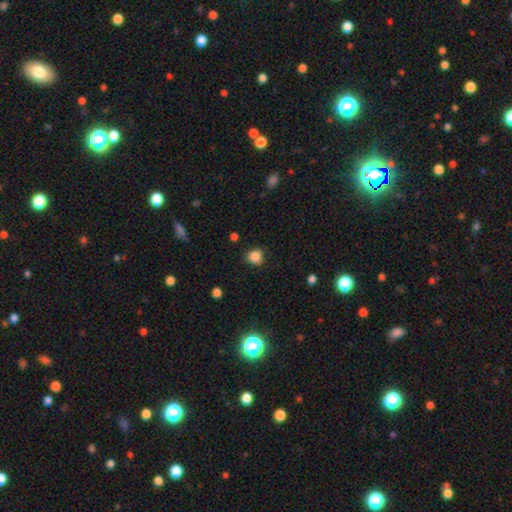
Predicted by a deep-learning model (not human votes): Smooth or featured?
  - smooth: 85% *
  - star or artifact: 11%
  - featured or disk: 4%
How rounded?
  - round: 75% *
  - in between: 24%
  - cigar-shaped: 1%
Merging?
  - none: 78% *
  - minor disturbance: 16%
  - major disturbance: 4%
  - merger: 2%